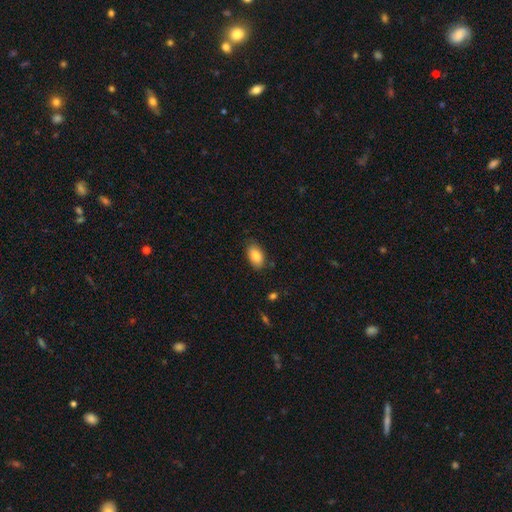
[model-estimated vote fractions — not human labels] This appears to be a smooth galaxy with no disk features (85%) that is in between round and cigar-shaped (92%). Merging: none (82%).